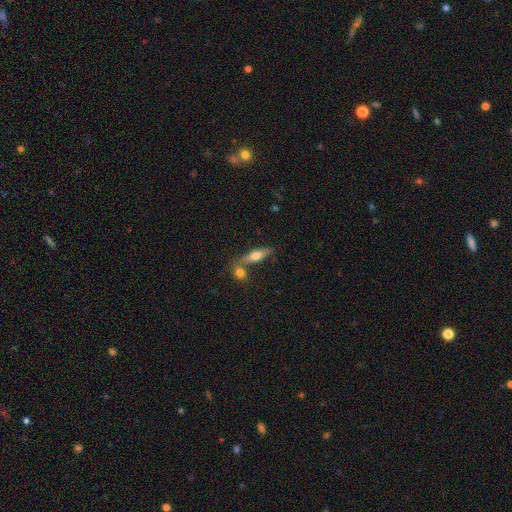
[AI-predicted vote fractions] Morphology: type=smooth (61%); roundness=cigar-shaped (52%); merging=none (57%).